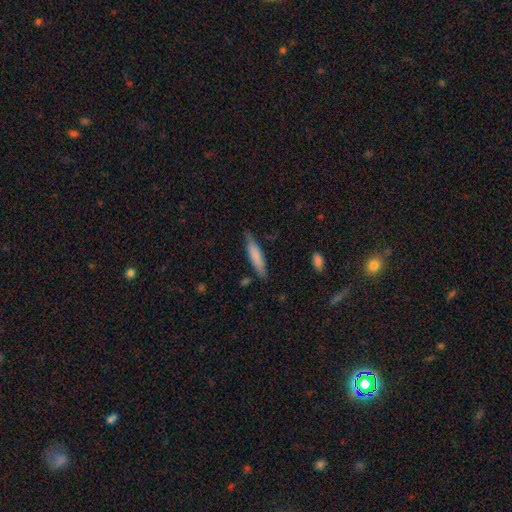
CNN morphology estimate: Smooth or featured? Predicted: smooth (p=0.76). How rounded? Predicted: cigar-shaped (p=0.78). Merging? Predicted: none (p=0.79).